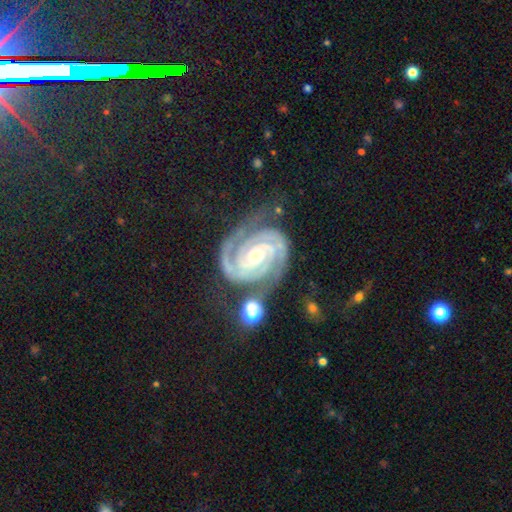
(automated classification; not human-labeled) Overall: featured or disk (93%). Edge-on disk: no (98%). Bar: no (49%; weak 32%). Spiral arms: yes (99%). Spiral arm count: 2 (79%). Spiral winding: tight (83%). Bulge size: moderate (54%; small 42%). Merging: none (71%).